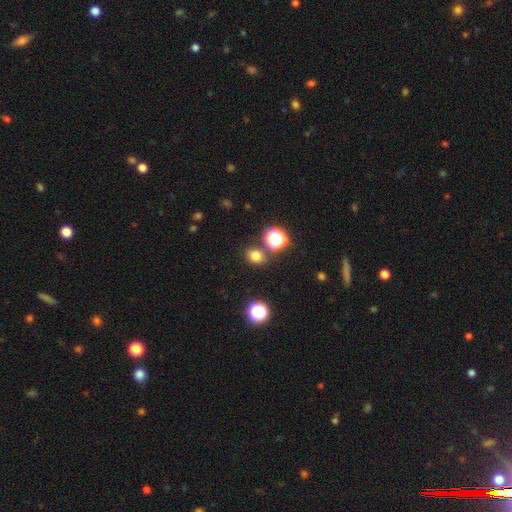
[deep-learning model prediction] A smooth galaxy with no disk features (75%) that is round (62%).

Vote fractions:
- Smooth or featured? smooth: 75% / star or artifact: 19% / featured or disk: 6%
- How rounded? round: 62% / in between: 37% / cigar-shaped: 1%
- Merging? none: 80% / minor disturbance: 9% / merger: 8% / major disturbance: 3%